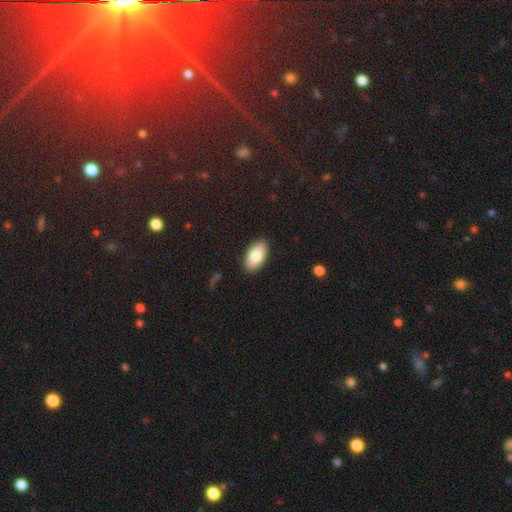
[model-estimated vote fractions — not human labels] Smooth or featured? smooth (81%)
How rounded? in between (95%)
Merging? none (89%)